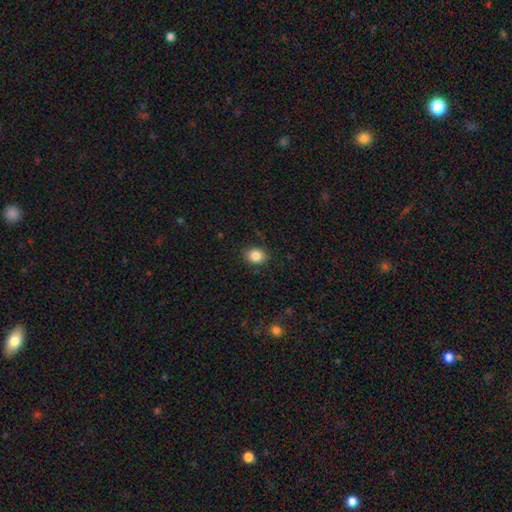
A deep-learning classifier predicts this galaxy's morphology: A smooth galaxy with no disk features (86%) that is round (61%).

Vote fractions:
- Smooth or featured? smooth: 86% / star or artifact: 10% / featured or disk: 4%
- How rounded? round: 61% / in between: 38% / cigar-shaped: 1%
- Merging? none: 86% / minor disturbance: 10% / major disturbance: 3% / merger: 1%